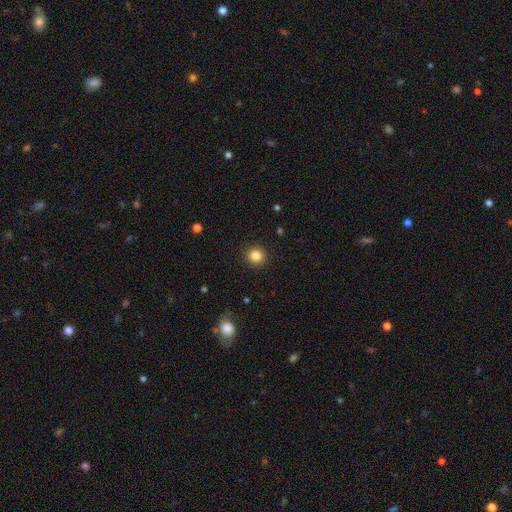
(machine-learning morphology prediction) smooth 84%, star or artifact 11%, featured or disk 5%. Down the decision tree: how rounded — round (93%); merging — none (92%).